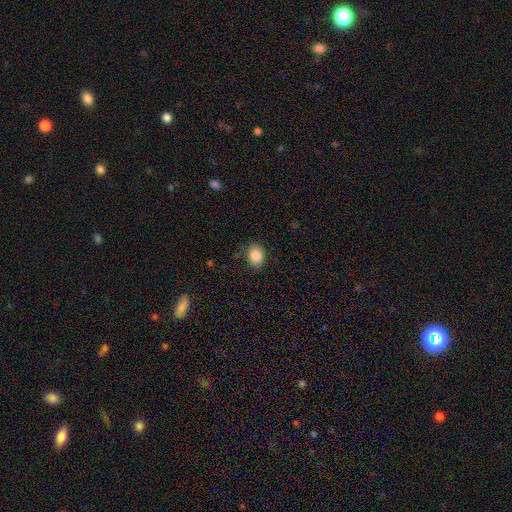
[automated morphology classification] Q: Smooth or featured?
A: smooth (85%); runner-up: star or artifact (9%)
Q: How rounded?
A: in between (53%); runner-up: round (46%)
Q: Merging?
A: none (82%); runner-up: minor disturbance (14%)